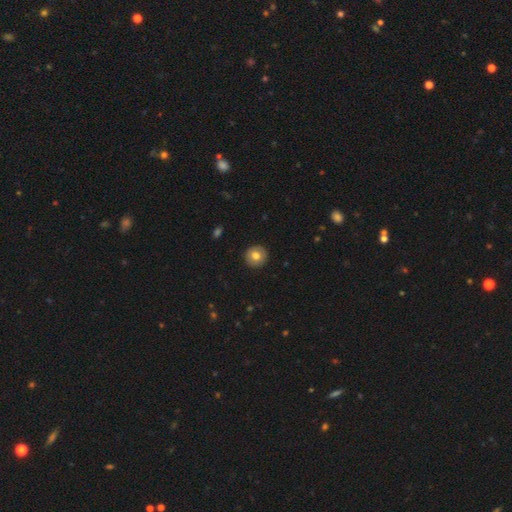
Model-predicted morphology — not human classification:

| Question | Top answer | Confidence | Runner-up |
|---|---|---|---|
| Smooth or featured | smooth | 74% | featured or disk (18%) |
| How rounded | round | 94% | in between (5%) |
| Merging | none | 92% | minor disturbance (5%) |